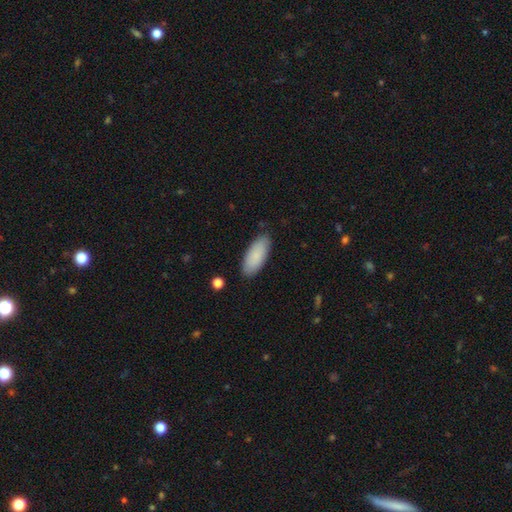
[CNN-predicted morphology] smooth 87%, featured or disk 8%, star or artifact 6%. Down the decision tree: how rounded — in between (85%); merging — none (85%).